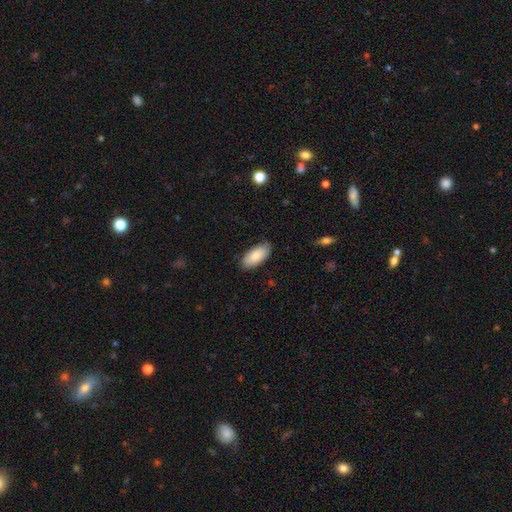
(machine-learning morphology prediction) Smooth or featured?
  - smooth: 85% *
  - featured or disk: 9%
  - star or artifact: 6%
How rounded?
  - in between: 91% *
  - cigar-shaped: 7%
  - round: 2%
Merging?
  - none: 85% *
  - minor disturbance: 12%
  - major disturbance: 2%
  - merger: 1%